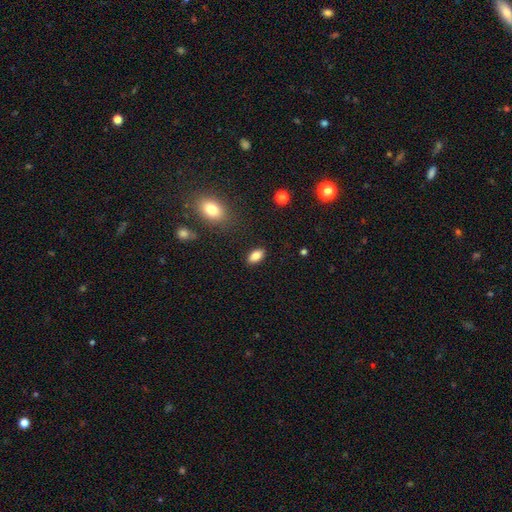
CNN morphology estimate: Smooth or featured: smooth — 84% (star or artifact — 8%)
How rounded: in between — 91% (round — 5%)
Merging: none — 88% (minor disturbance — 8%)